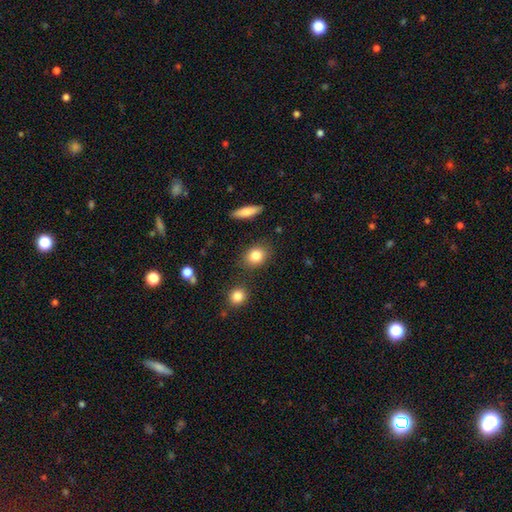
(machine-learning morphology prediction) smooth 83%, star or artifact 9%, featured or disk 8%. Down the decision tree: how rounded — in between (49%, tied with round); merging — none (83%).